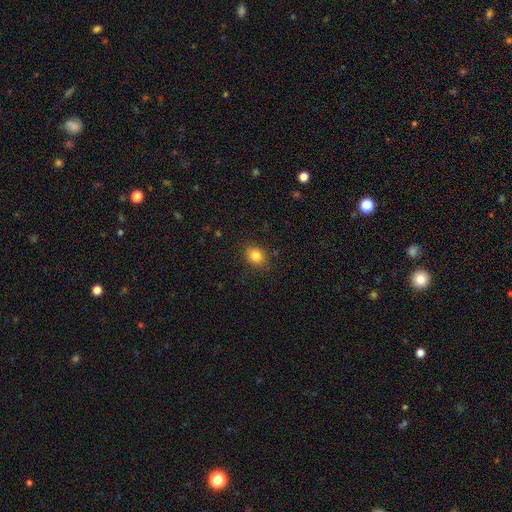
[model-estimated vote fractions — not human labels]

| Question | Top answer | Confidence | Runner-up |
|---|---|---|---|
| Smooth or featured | smooth | 83% | star or artifact (11%) |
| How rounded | round | 58% | in between (41%) |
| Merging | none | 86% | minor disturbance (10%) |